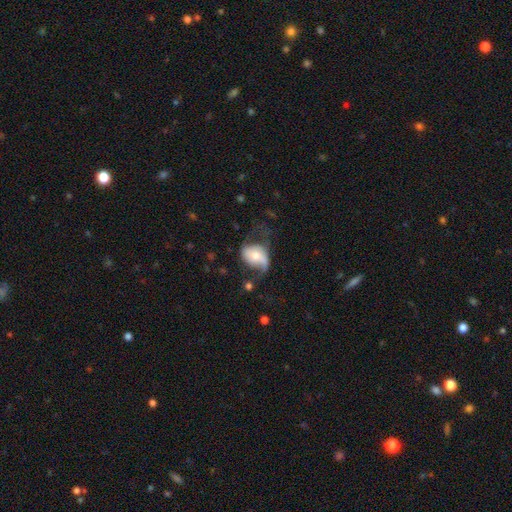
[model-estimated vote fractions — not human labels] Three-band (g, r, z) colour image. It shows a featured or disk galaxy (52%). Merging: major disturbance (35%).